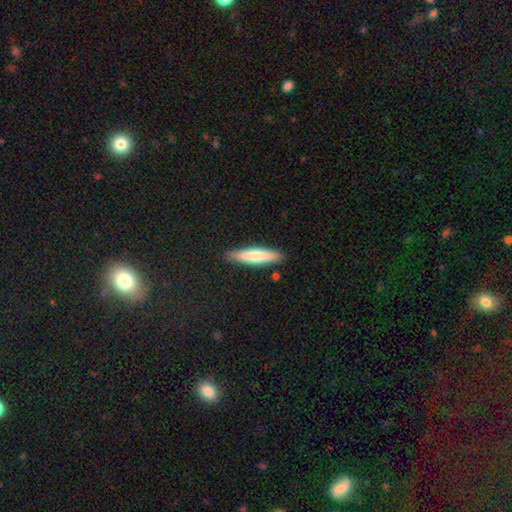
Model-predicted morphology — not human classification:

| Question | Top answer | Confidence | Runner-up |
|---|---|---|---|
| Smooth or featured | smooth | 69% | featured or disk (26%) |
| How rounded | cigar-shaped | 83% | in between (16%) |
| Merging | none | 87% | minor disturbance (10%) |